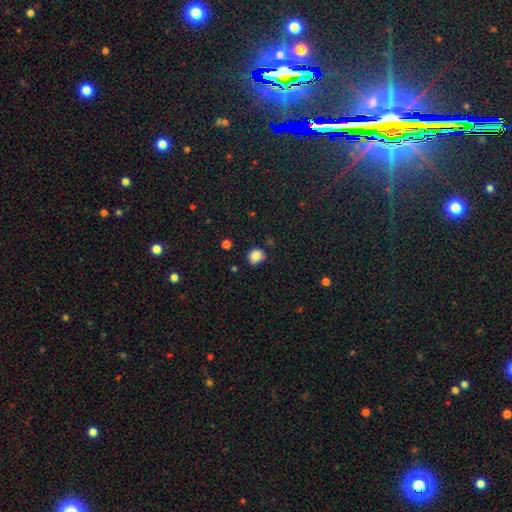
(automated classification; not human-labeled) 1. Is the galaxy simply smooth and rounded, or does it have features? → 85% smooth, 10% star or artifact, 5% featured or disk.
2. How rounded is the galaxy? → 76% round, 23% in between, 1% cigar-shaped.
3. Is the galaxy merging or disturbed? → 68% none, 24% minor disturbance, 5% major disturbance, 3% merger.